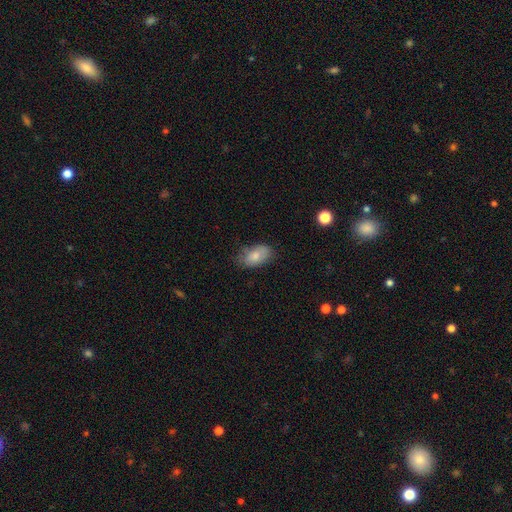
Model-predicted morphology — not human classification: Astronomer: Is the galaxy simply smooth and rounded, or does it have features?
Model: smooth — 80%.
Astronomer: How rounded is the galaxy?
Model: in between — 92%.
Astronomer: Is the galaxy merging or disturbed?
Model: none — 68%.